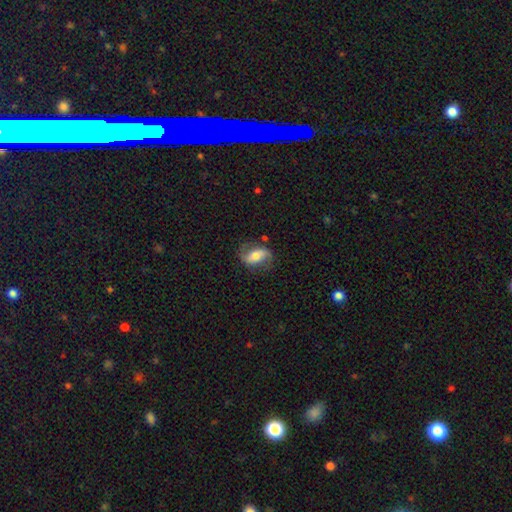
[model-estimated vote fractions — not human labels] A featured or disk galaxy (58%) with a strong bar (36%), spiral arms (83%) and a moderate central bulge (55%). Merging: none (69%).